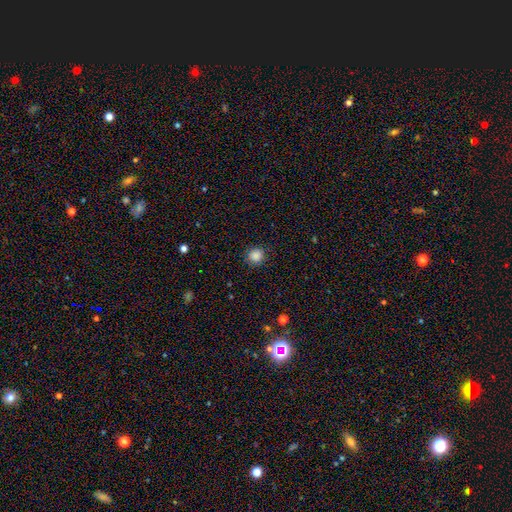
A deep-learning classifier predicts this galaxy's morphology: This is clearly a smooth galaxy (86%). How rounded: clearly round (92%). Merging: clearly none (89%).